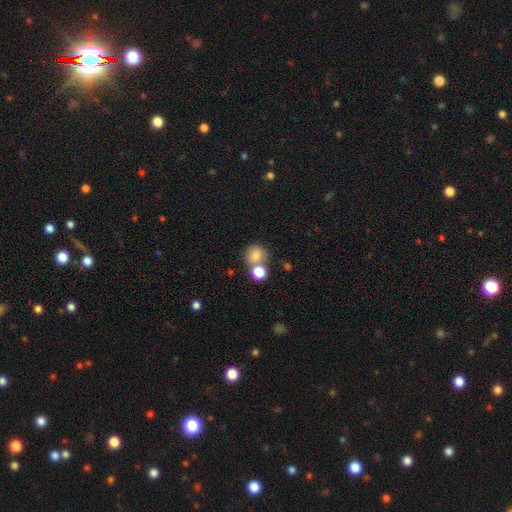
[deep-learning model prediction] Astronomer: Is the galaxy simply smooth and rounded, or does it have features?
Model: smooth — 77%.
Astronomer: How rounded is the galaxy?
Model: round — 79%.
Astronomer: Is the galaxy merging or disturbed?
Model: none — 51% (runner-up: merger, 34%).